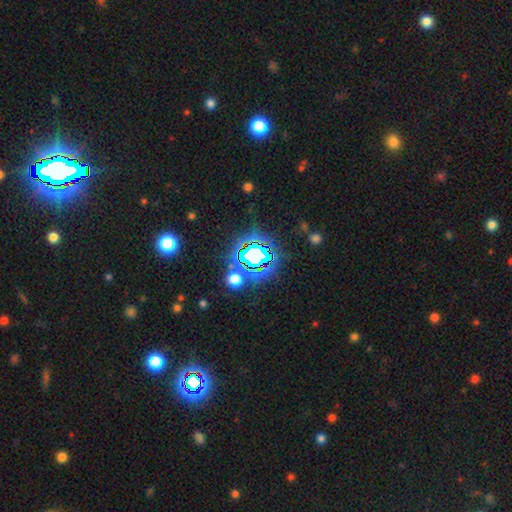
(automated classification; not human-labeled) This appears to be a star or artifact, not a galaxy (71%).